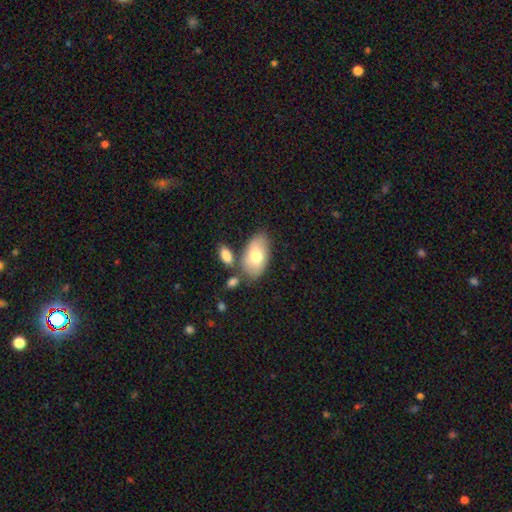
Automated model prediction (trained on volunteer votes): A smooth galaxy with no disk features (72%) that is in between round and cigar-shaped (93%). Merging: none (65%).